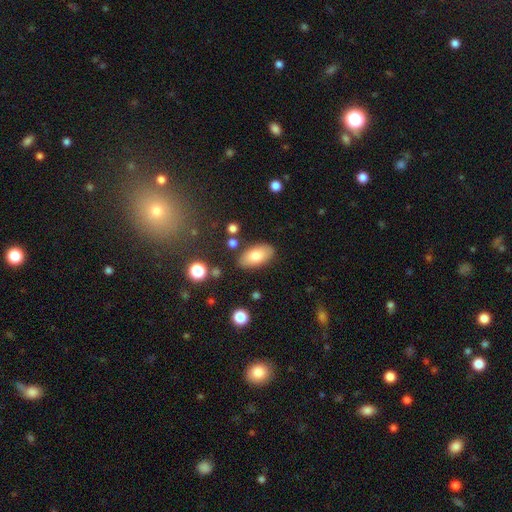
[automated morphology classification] This appears to be a smooth galaxy with no disk features (76%) that is in between round and cigar-shaped (93%). Merging: none (83%).